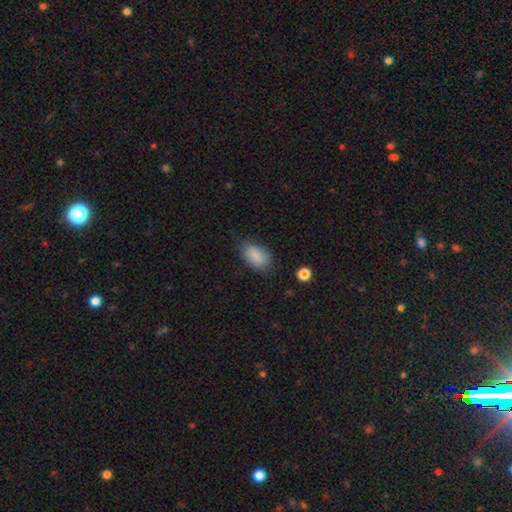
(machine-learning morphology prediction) Smooth or featured: smooth — 86% (star or artifact — 8%)
How rounded: in between — 91% (round — 7%)
Merging: none — 74% (minor disturbance — 20%)